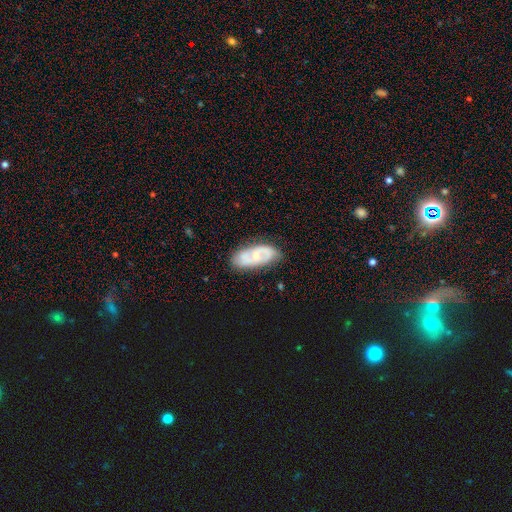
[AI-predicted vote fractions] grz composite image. It shows a featured or disk galaxy (68%) with no bar (61%), spiral arms (78%) and a small central bulge (49%). Merging: none (78%).